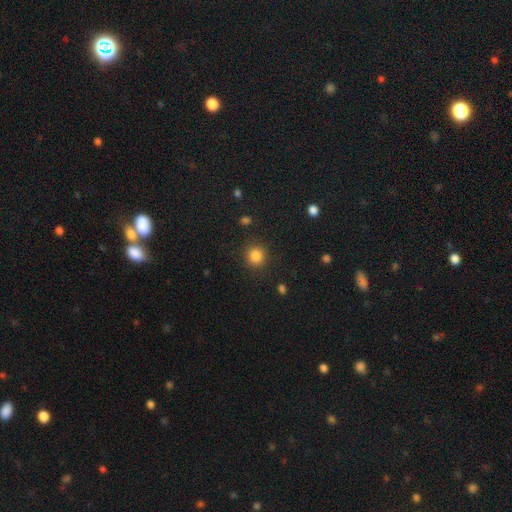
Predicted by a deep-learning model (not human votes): Smooth or featured? smooth (84%)
How rounded? round (91%)
Merging? none (89%)